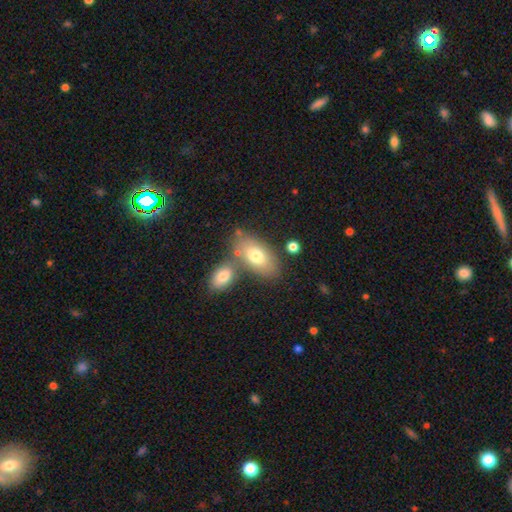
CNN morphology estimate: smooth_or_featured: smooth (p=0.73) [alt: featured or disk p=0.20]
how_rounded: in between (p=0.91) [alt: round p=0.06]
merging: none (p=0.57) [alt: merger p=0.26]